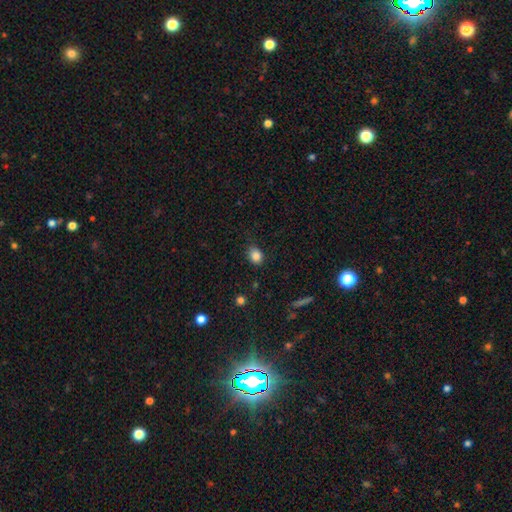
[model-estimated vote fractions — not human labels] smooth 85%, star or artifact 10%, featured or disk 4%. Down the decision tree: how rounded — in between (55%); merging — none (78%).